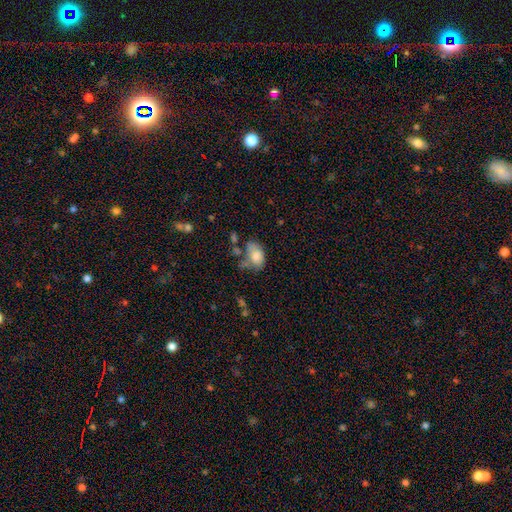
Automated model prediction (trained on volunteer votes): A smooth galaxy with no disk features (77%) that is in between round and cigar-shaped (85%). Merging: none (34%).